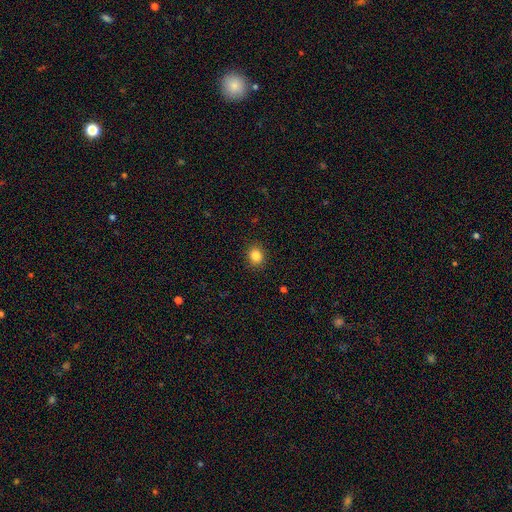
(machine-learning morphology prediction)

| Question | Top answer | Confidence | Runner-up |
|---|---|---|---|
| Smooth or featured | smooth | 84% | star or artifact (11%) |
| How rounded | round | 74% | in between (25%) |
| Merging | none | 90% | minor disturbance (7%) |